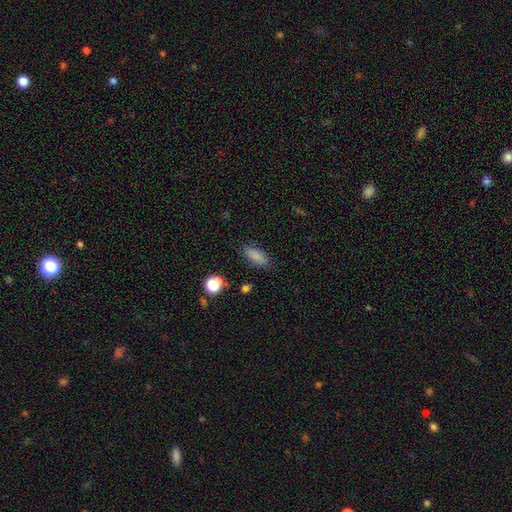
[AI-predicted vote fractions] A smooth galaxy with no disk features (83%) that is in between round and cigar-shaped (74%).

Vote fractions:
- Smooth or featured? smooth: 83% / star or artifact: 11% / featured or disk: 6%
- How rounded? in between: 74% / cigar-shaped: 23% / round: 4%
- Merging? none: 83% / minor disturbance: 12% / major disturbance: 3% / merger: 2%